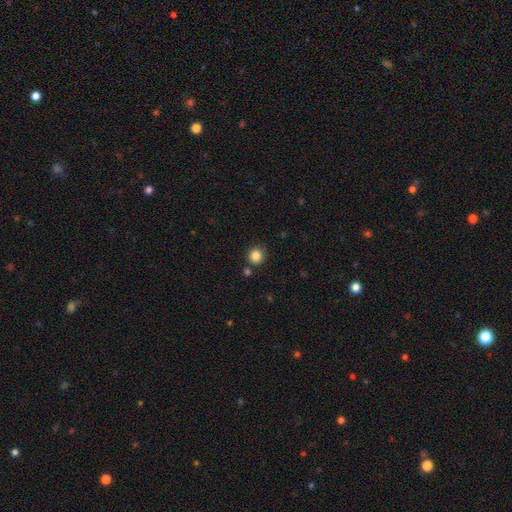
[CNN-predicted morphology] type=smooth (86%); roundness=round (92%); merging=none (84%).